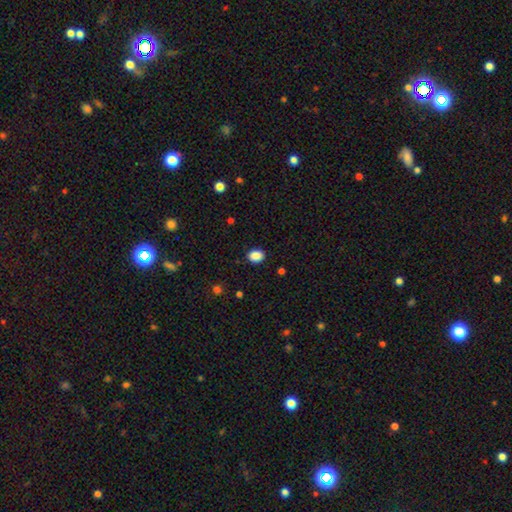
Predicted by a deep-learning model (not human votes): Morphology: type=smooth (88%); roundness=in between (58%); merging=none (89%).